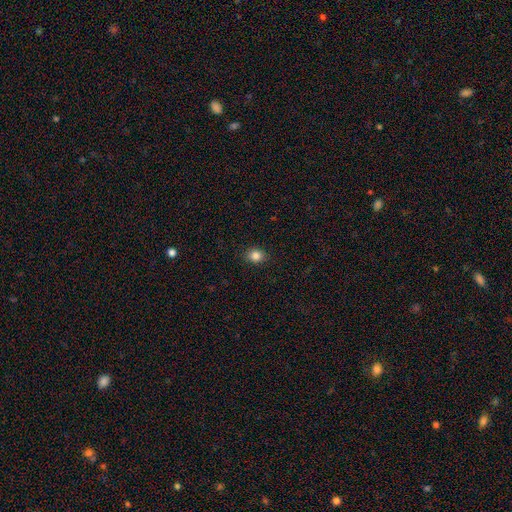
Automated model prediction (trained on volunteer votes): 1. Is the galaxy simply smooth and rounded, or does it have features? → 84% smooth, 11% star or artifact, 5% featured or disk.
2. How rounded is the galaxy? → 59% round, 40% in between, 1% cigar-shaped.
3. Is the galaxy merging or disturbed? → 90% none, 7% minor disturbance, 2% major disturbance, 1% merger.